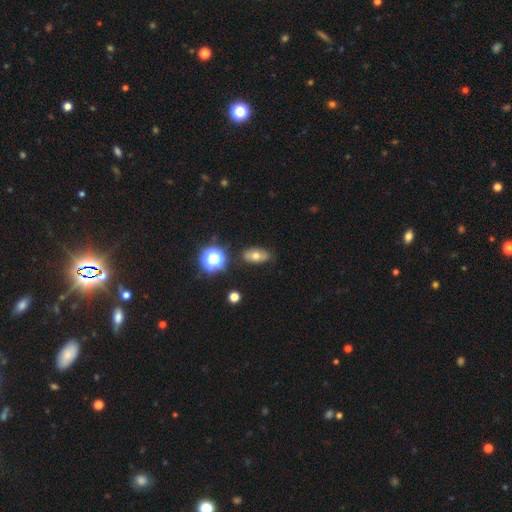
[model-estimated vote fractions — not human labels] This is likely a smooth galaxy (64%). How rounded: clearly in between (82%). Merging: clearly none (82%).